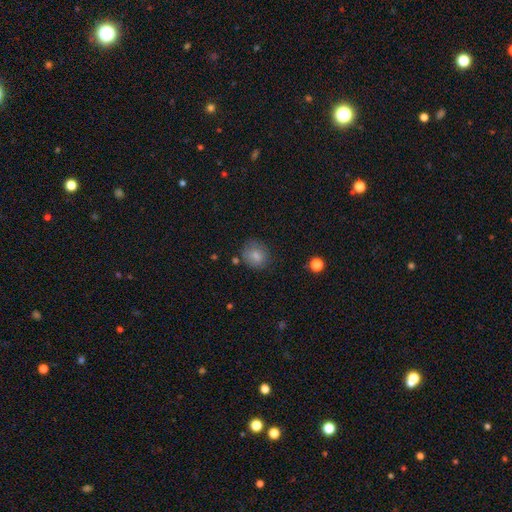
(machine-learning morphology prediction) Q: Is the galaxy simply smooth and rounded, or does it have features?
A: smooth — 82%.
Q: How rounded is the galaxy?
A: round — 69%.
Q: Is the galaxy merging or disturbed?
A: none — 73%.